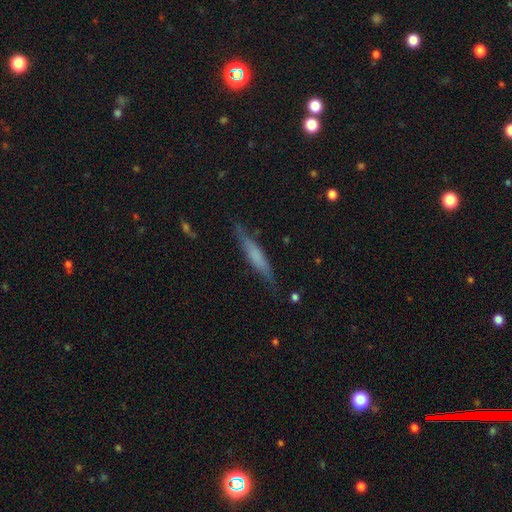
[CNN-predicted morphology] Smooth or featured? smooth (48%)
Merging? none (78%)